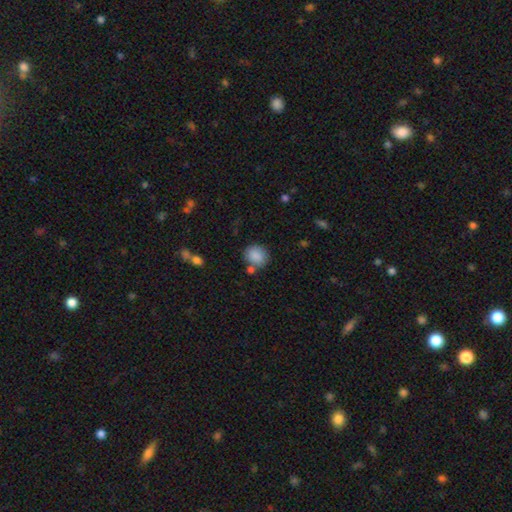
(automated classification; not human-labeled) The model was most divided on "how rounded": round: 78%, in between: 21%, cigar-shaped: 1%. More confident: smooth or featured — smooth (87%); merging — none (71%).